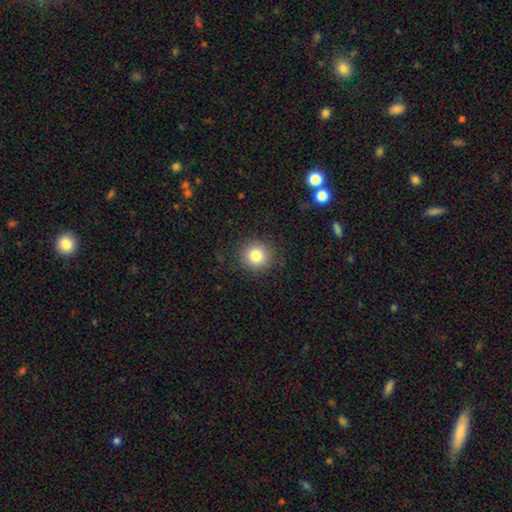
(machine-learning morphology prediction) A smooth galaxy with no disk features (81%) that is round (93%).

Vote fractions:
- Smooth or featured? smooth: 81% / star or artifact: 11% / featured or disk: 8%
- How rounded? round: 93% / in between: 6% / cigar-shaped: 1%
- Merging? none: 89% / minor disturbance: 7% / major disturbance: 3% / merger: 1%